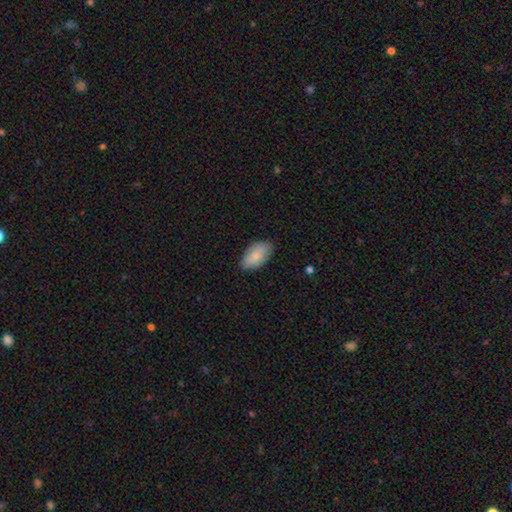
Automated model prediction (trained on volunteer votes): The model was most divided on "merging": none: 82%, minor disturbance: 15%, major disturbance: 3%, merger: 1%. More confident: how rounded — in between (94%); smooth or featured — smooth (83%).